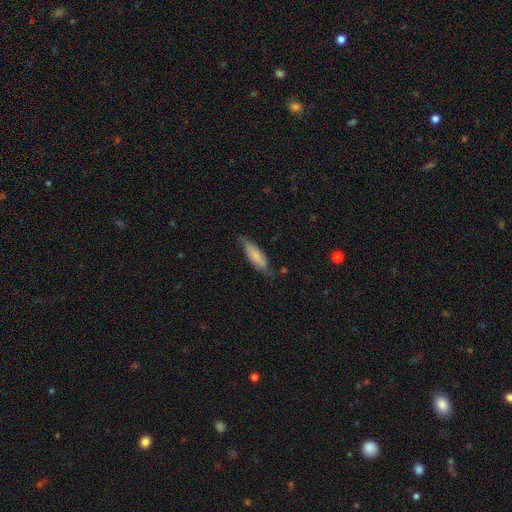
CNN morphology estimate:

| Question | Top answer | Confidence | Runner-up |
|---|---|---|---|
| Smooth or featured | smooth | 72% | featured or disk (23%) |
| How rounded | cigar-shaped | 50% | in between (48%) |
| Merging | none | 68% | minor disturbance (26%) |